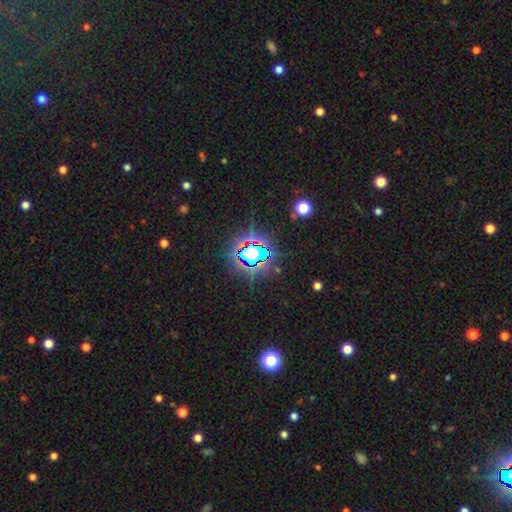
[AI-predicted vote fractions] star or artifact 79%, smooth 13%, featured or disk 8%.